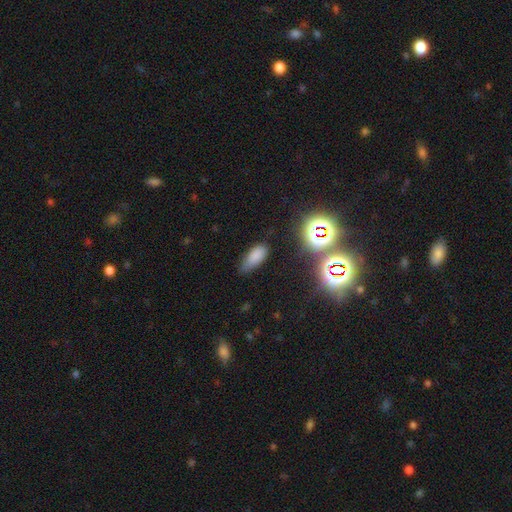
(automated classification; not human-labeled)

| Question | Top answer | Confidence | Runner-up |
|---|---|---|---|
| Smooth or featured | smooth | 75% | star or artifact (18%) |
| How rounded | in between | 83% | cigar-shaped (13%) |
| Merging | none | 64% | minor disturbance (26%) |